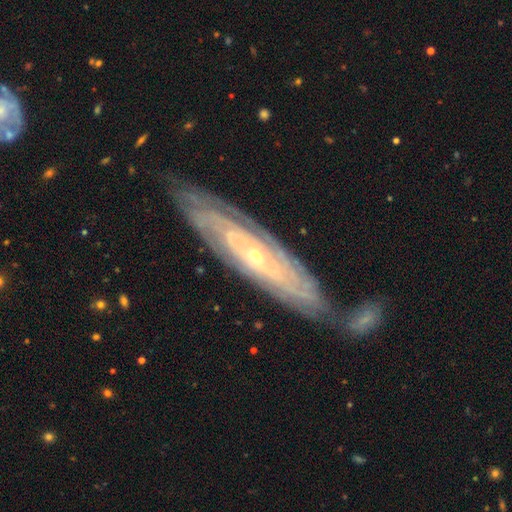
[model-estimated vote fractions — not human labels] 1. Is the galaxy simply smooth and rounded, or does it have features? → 84% featured or disk, 9% smooth, 7% star or artifact.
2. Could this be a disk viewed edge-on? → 79% no, 21% yes.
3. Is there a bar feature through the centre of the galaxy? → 67% no, 24% weak, 9% strong.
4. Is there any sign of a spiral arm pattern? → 93% yes, 7% no.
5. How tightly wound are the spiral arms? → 81% tight, 15% medium, 4% loose.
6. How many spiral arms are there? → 54% can't tell, 15% 2, 10% 3, 10% 4, 7% more than 4, 5% 1.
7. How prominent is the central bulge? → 72% small, 25% moderate, 1% large, 1% none, 1% dominant.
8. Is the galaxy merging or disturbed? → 69% none, 16% minor disturbance, 11% merger, 4% major disturbance.